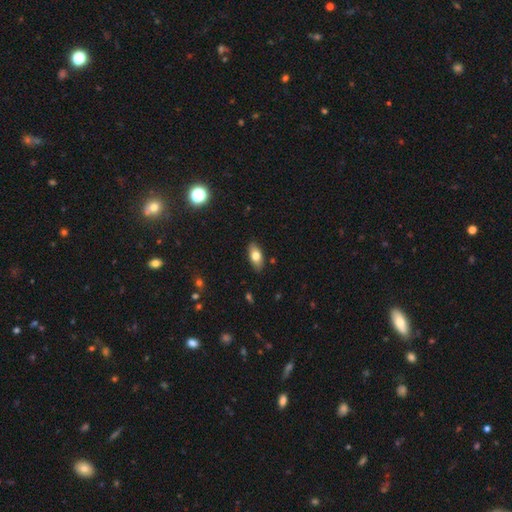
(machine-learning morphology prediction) smooth 72%, featured or disk 20%, star or artifact 8%. Down the decision tree: how rounded — in between (86%); merging — none (87%).